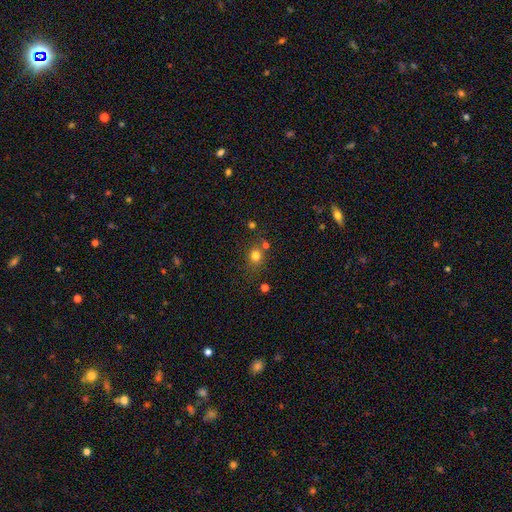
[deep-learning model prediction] The model was most divided on "how rounded": round: 76%, in between: 23%, cigar-shaped: 1%. More confident: smooth or featured — smooth (77%); merging — none (68%).